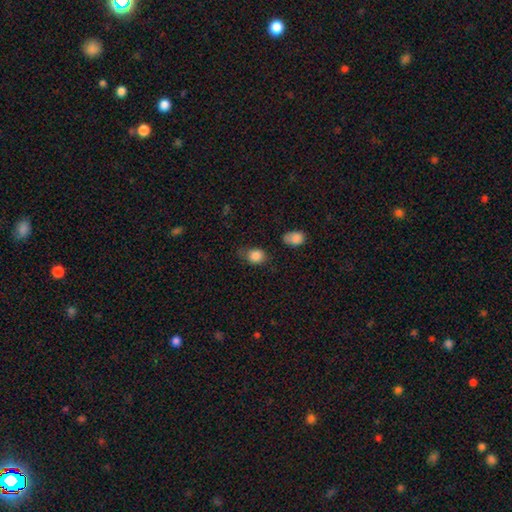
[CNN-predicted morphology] Q: Smooth or featured?
A: smooth (85%); runner-up: star or artifact (9%)
Q: How rounded?
A: round (54%); runner-up: in between (45%)
Q: Merging?
A: none (59%); runner-up: minor disturbance (28%)